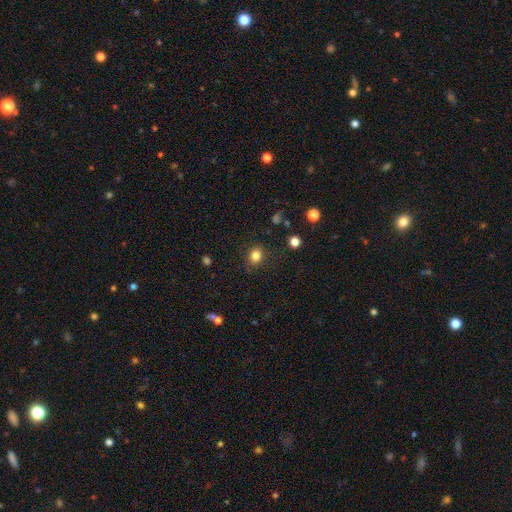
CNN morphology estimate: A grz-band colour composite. It shows a smooth galaxy with no disk features (83%) that is round (62%). Merging: none (83%).